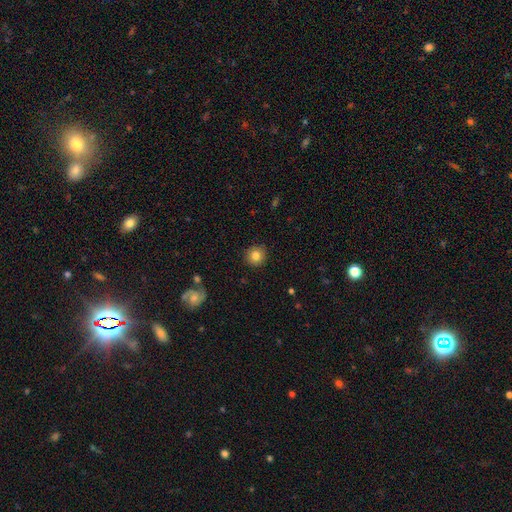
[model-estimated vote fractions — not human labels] Q: Smooth or featured?
A: smooth (81%); runner-up: star or artifact (10%)
Q: How rounded?
A: round (93%); runner-up: in between (6%)
Q: Merging?
A: none (91%); runner-up: minor disturbance (6%)